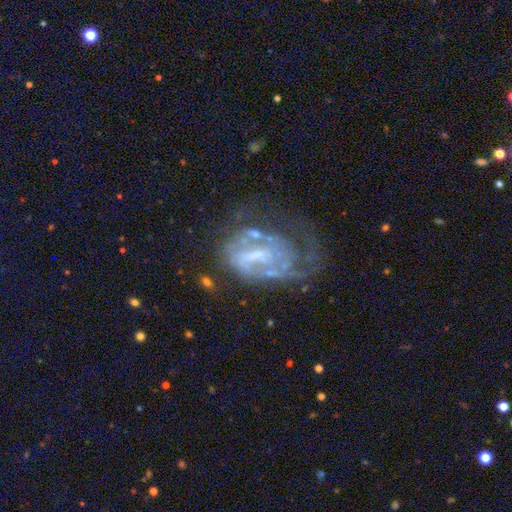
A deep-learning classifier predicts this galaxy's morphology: This is likely a featured or disk galaxy (76%). It is clearly not viewed edge-on (97%). Bar: marginally weak (43%). Spiral arm pattern: likely yes (68%). Central bulge: marginally small (39%). Merging: marginally major disturbance (39%).